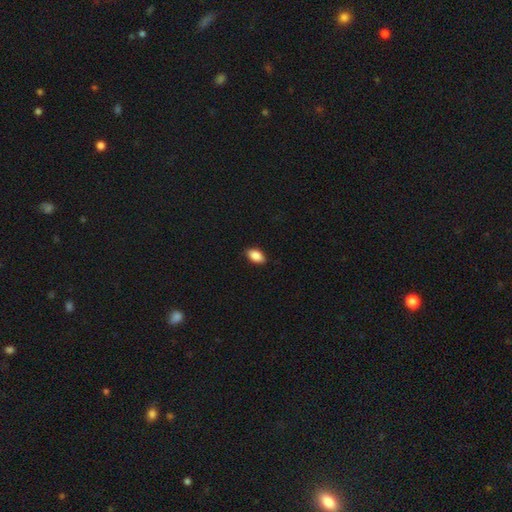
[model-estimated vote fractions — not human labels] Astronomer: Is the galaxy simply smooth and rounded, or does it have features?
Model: smooth — 87%.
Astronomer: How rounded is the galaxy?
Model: in between — 92%.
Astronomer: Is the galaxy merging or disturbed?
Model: none — 88%.